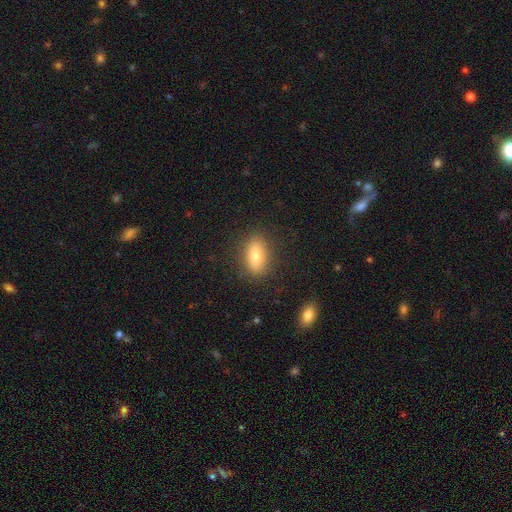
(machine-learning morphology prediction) Smooth or featured?
  - smooth: 77% *
  - featured or disk: 15%
  - star or artifact: 8%
How rounded?
  - in between: 79% *
  - cigar-shaped: 15%
  - round: 6%
Merging?
  - none: 86% *
  - minor disturbance: 10%
  - major disturbance: 3%
  - merger: 1%